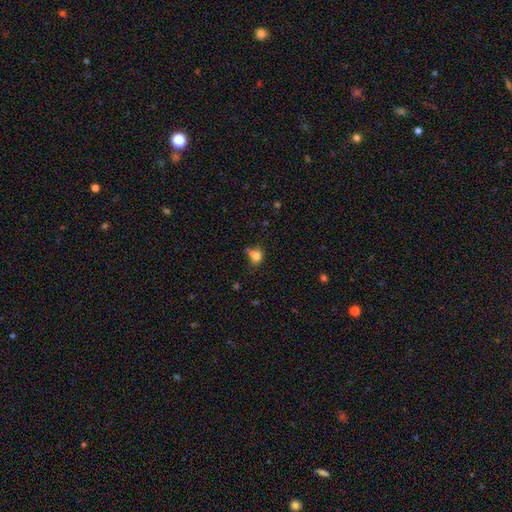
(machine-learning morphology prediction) Smooth or featured? smooth (74%)
How rounded? in between (53%)
Merging? none (38%)